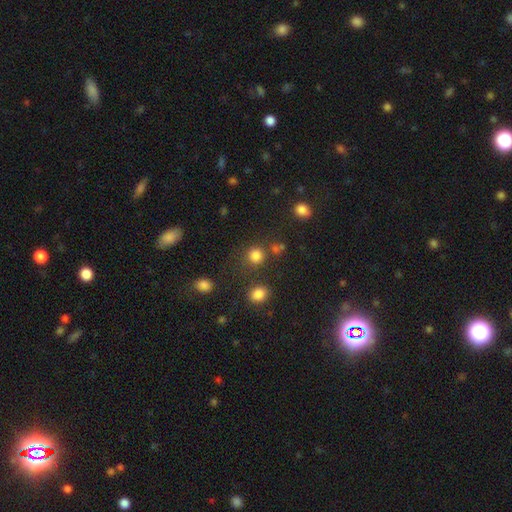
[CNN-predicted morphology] Smooth or featured? Predicted: smooth (p=0.80). How rounded? Predicted: round (p=0.89). Merging? Predicted: none (p=0.75).